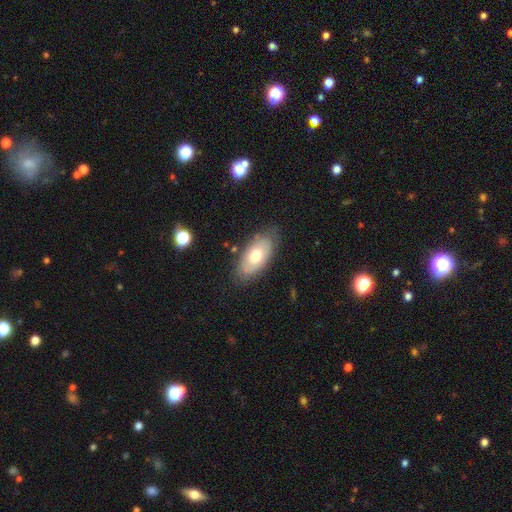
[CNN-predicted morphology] The model was most divided on "smooth or featured": smooth: 59%, featured or disk: 35%, star or artifact: 7%. More confident: how rounded — in between (92%); merging — none (79%).